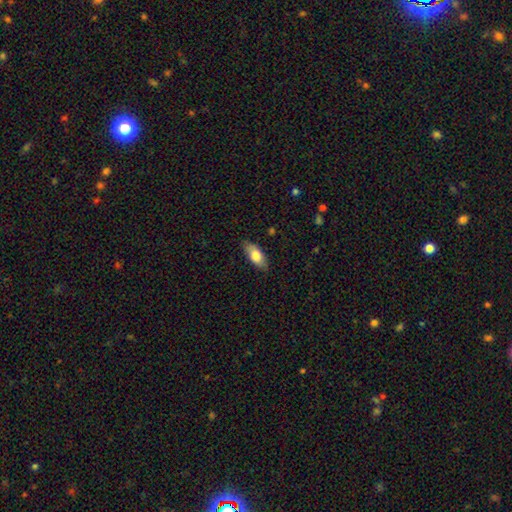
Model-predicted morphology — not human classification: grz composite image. It shows a smooth galaxy with no disk features (76%) that is in between round and cigar-shaped (84%). Merging: none (82%).